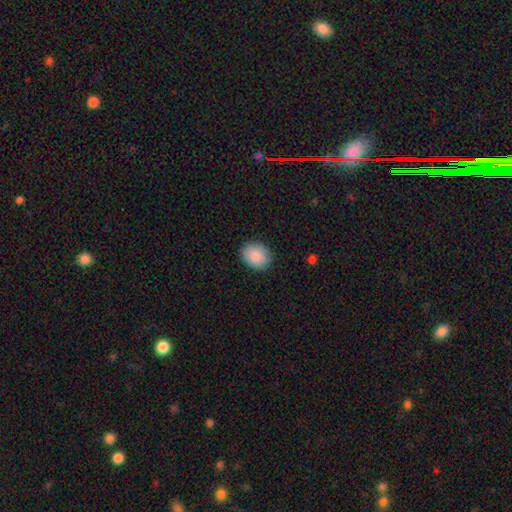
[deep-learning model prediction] Overall: smooth (88%). How rounded: in between (52%; round 47%). Merging: none (88%).